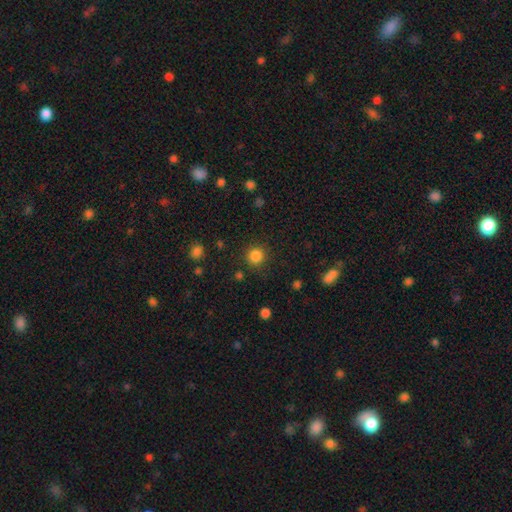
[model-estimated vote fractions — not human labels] Q: Smooth or featured?
A: smooth (84%); runner-up: star or artifact (12%)
Q: How rounded?
A: round (93%); runner-up: in between (6%)
Q: Merging?
A: none (87%); runner-up: minor disturbance (7%)